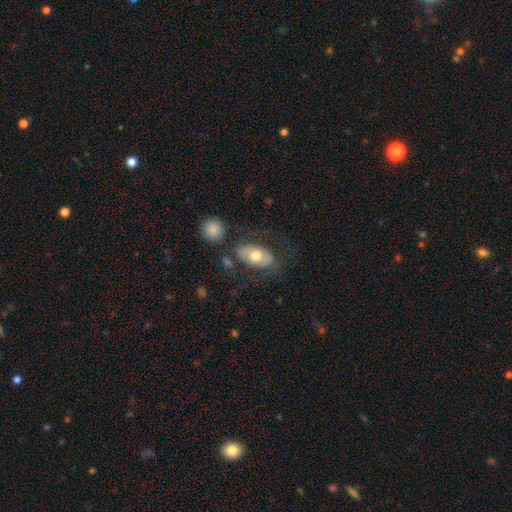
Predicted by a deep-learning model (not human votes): Smooth or featured? smooth (62%)
How rounded? in between (91%)
Merging? none (66%)